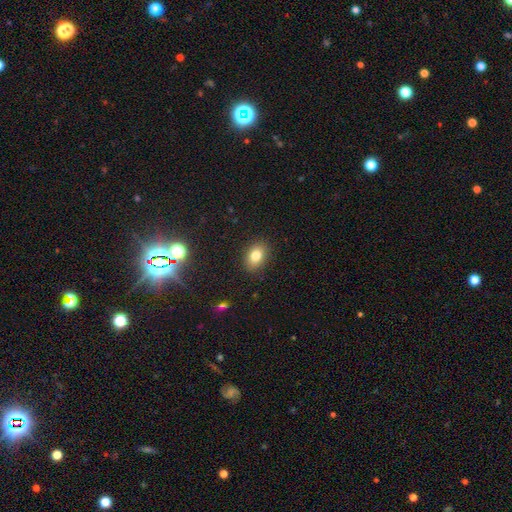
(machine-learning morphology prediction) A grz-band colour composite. It shows a smooth galaxy with no disk features (80%) that is in between round and cigar-shaped (79%). Merging: none (87%).